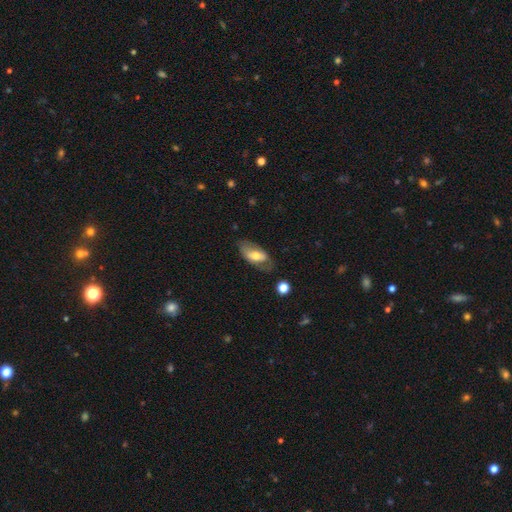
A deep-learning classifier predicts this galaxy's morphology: The model was most divided on "smooth or featured": smooth: 49%, featured or disk: 44%, star or artifact: 7%. More confident: merging — none (63%).